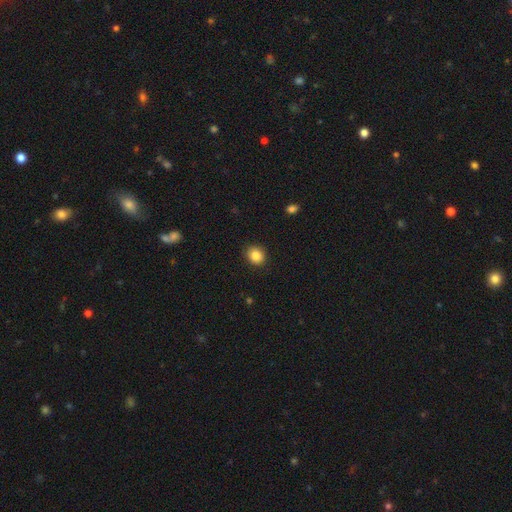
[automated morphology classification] Smooth or featured: smooth — 85% (star or artifact — 10%)
How rounded: round — 80% (in between — 19%)
Merging: none — 91% (minor disturbance — 7%)